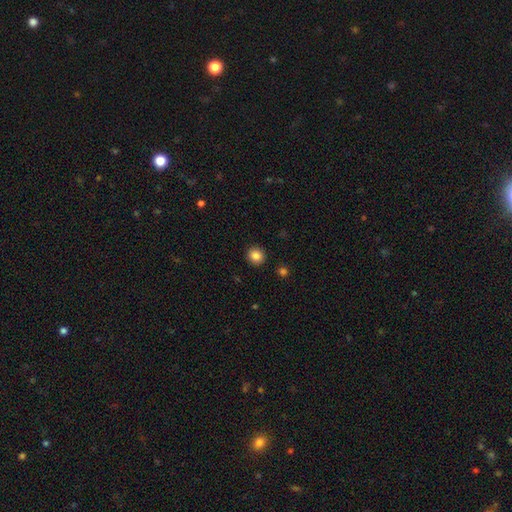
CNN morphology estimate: smooth-or-featured: smooth: 85% | star or artifact: 10% | featured or disk: 5%
  how-rounded: round: 90% | in between: 9% | cigar-shaped: 1%
  merging: none: 92% | minor disturbance: 5% | major disturbance: 2% | merger: 1%